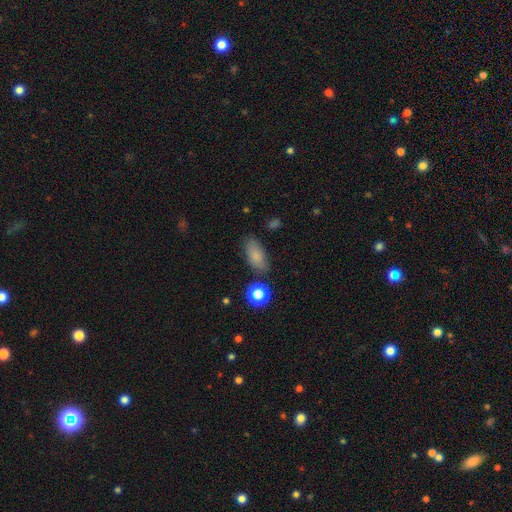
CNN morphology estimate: smooth-or-featured: smooth: 82% | star or artifact: 10% | featured or disk: 8%
  how-rounded: in between: 87% | cigar-shaped: 8% | round: 5%
  merging: none: 80% | minor disturbance: 14% | major disturbance: 4% | merger: 3%